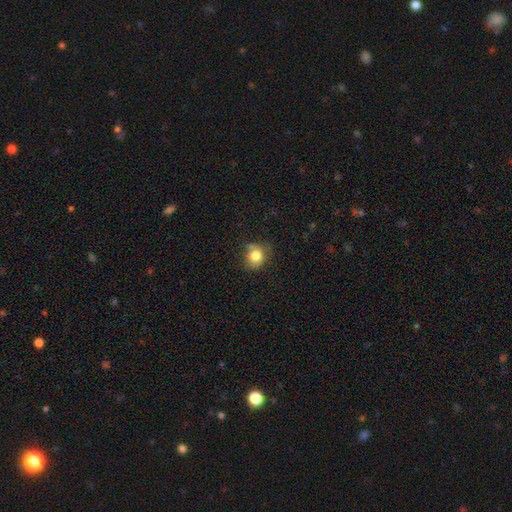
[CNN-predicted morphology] A smooth galaxy with no disk features (80%) that is round (67%). Merging: none (61%).